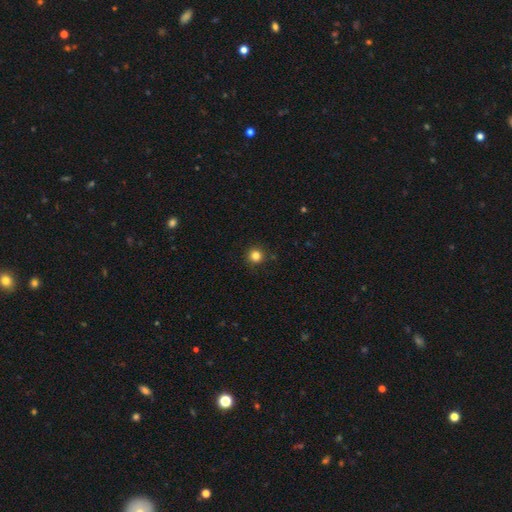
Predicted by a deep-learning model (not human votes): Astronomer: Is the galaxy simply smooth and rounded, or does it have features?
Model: smooth — 82%.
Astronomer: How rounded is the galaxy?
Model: round — 95%.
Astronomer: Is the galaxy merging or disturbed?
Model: none — 91%.